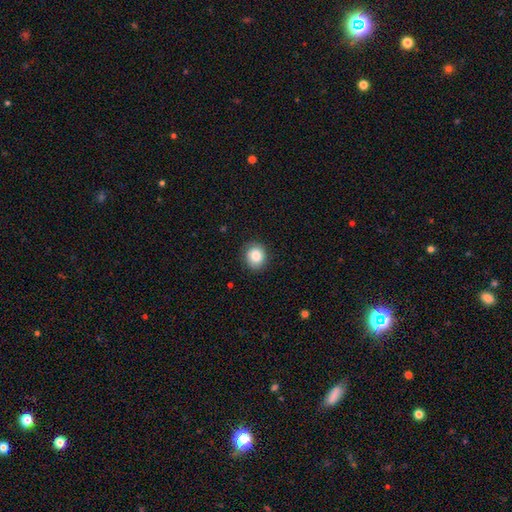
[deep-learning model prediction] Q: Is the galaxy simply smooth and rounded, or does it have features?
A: smooth — 84%.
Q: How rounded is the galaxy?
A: round — 78%.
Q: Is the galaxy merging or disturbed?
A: none — 87%.